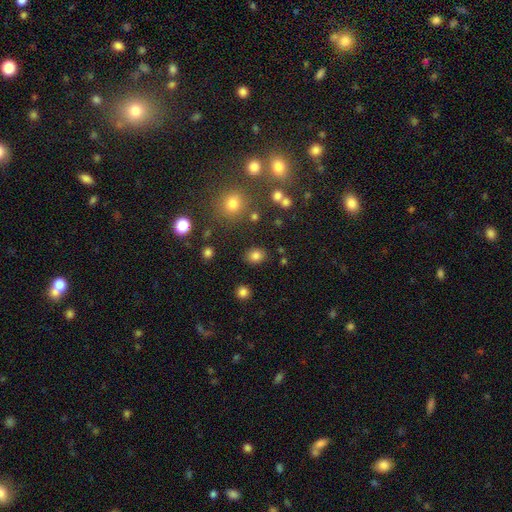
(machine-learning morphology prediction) Smooth or featured? smooth (81%)
How rounded? round (56%)
Merging? none (85%)